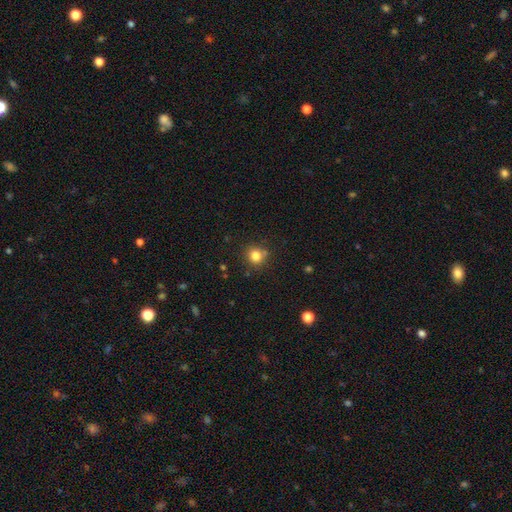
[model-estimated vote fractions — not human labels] Smooth or featured: smooth — 81% (star or artifact — 13%)
How rounded: round — 90% (in between — 9%)
Merging: none — 79% (minor disturbance — 11%)